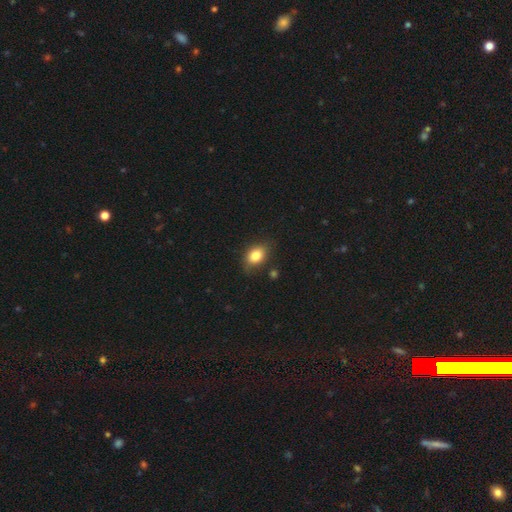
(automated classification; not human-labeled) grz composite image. It shows a smooth galaxy with no disk features (82%) that is in between round and cigar-shaped (75%). Merging: none (76%).